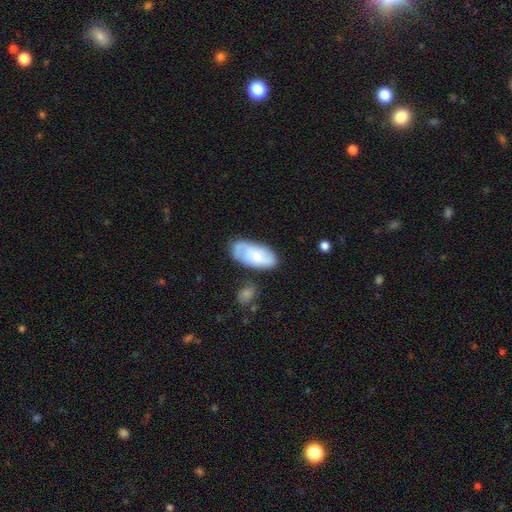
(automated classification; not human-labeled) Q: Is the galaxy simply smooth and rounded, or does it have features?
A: smooth — 55%.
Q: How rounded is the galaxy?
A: in between — 92%.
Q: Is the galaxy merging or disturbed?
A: none — 60%.